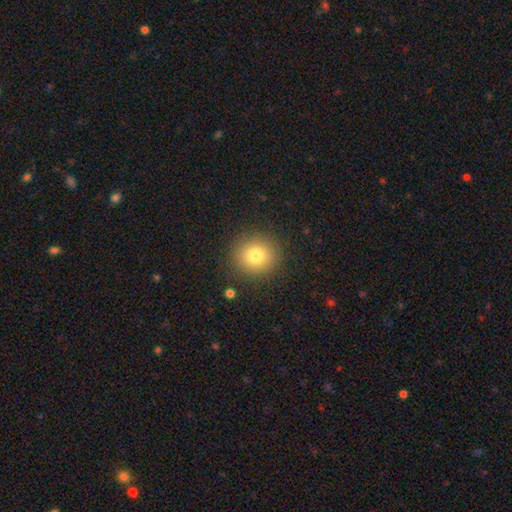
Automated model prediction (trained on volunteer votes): This is likely a smooth galaxy (79%). How rounded: clearly round (91%). Merging: clearly none (90%).